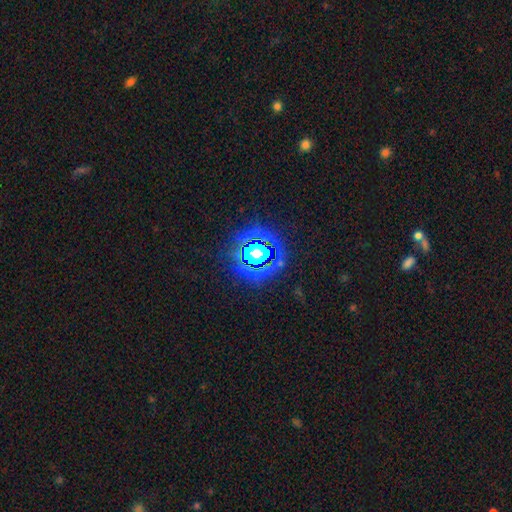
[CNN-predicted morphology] smooth_or_featured: star or artifact (p=0.78) [alt: smooth p=0.14]